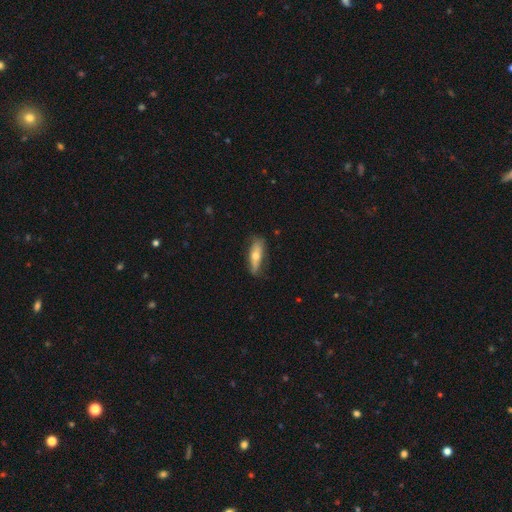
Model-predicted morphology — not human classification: Smooth or featured: smooth — 51% (featured or disk — 42%)
How rounded: cigar-shaped — 58% (in between — 39%)
Merging: none — 76% (minor disturbance — 19%)